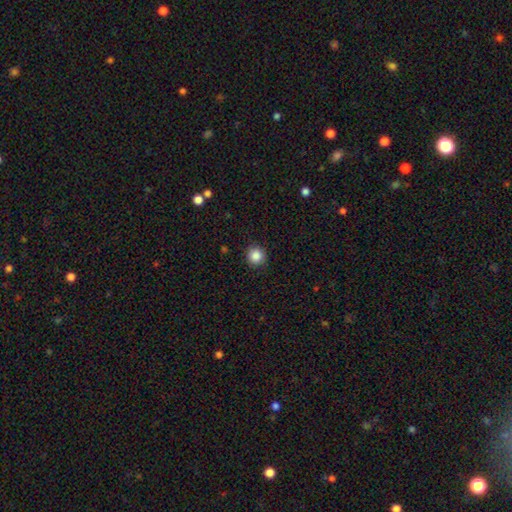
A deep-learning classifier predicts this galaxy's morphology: Smooth or featured? Predicted: smooth (p=0.86). How rounded? Predicted: round (p=0.93). Merging? Predicted: none (p=0.89).